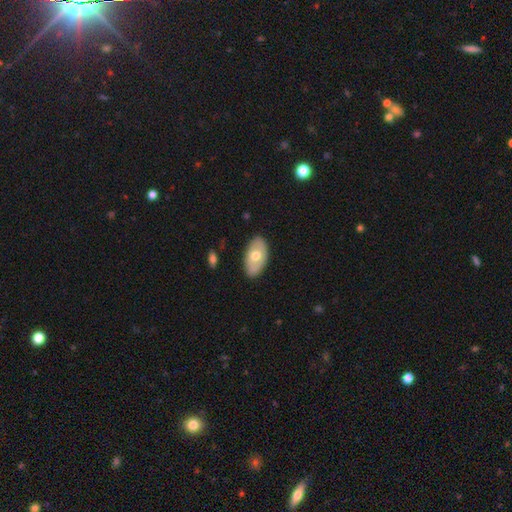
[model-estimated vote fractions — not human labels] Smooth or featured: smooth — 56% (featured or disk — 39%)
How rounded: in between — 93% (round — 6%)
Merging: none — 84% (minor disturbance — 13%)